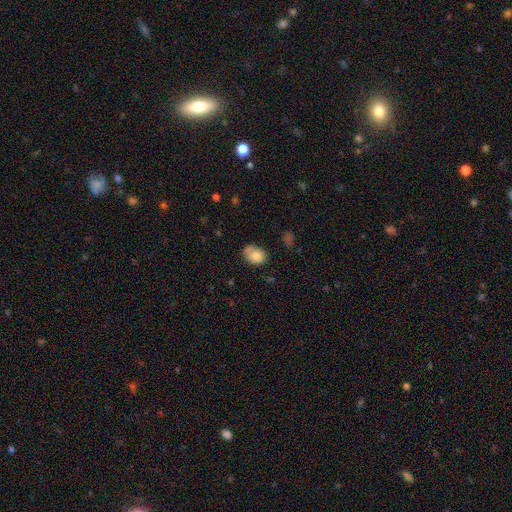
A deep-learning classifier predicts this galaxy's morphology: The model was most divided on "how rounded": in between: 56%, round: 43%, cigar-shaped: 1%. More confident: smooth or featured — smooth (79%); merging — none (50%).